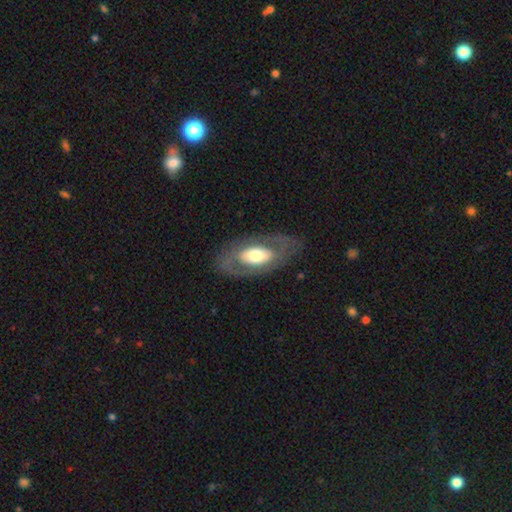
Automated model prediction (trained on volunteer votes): Morphology: type=featured or disk (57%); edge-on=no (89%); bar=no (75%); spiral arms=no (70%); bulge=moderate (51%); merging=none (76%).